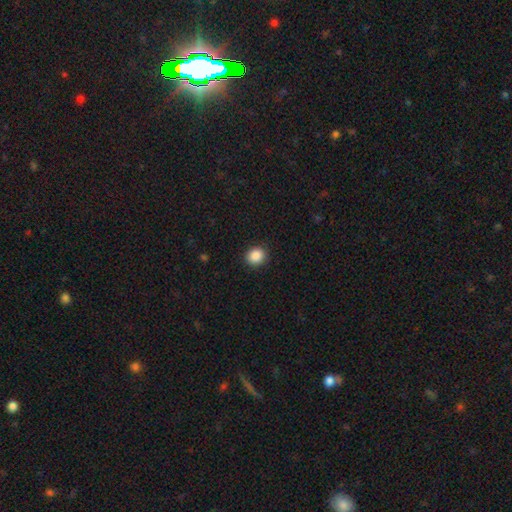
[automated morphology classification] Smooth or featured?
  - smooth: 88% *
  - star or artifact: 9%
  - featured or disk: 3%
How rounded?
  - round: 80% *
  - in between: 19%
  - cigar-shaped: 1%
Merging?
  - none: 91% *
  - minor disturbance: 6%
  - major disturbance: 2%
  - merger: 1%